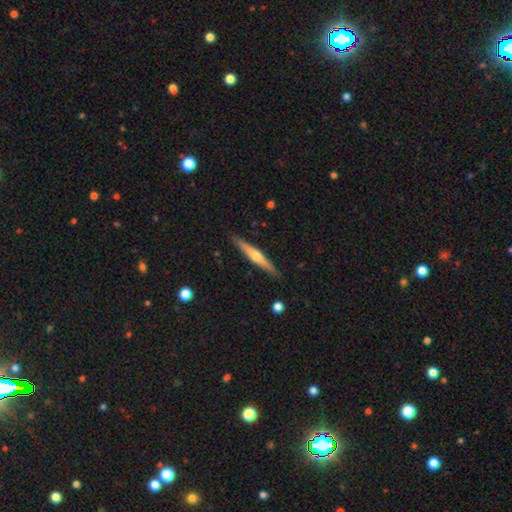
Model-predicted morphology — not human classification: A featured or disk galaxy (64%) viewed edge-on (97%) with a rounded central bulge (87%).

Vote fractions:
- Smooth or featured? featured or disk: 64% / smooth: 31% / star or artifact: 5%
- Edge-on disk? yes: 97% / no: 3%
- Edge-on bulge? rounded: 87% / none: 9% / boxy: 4%
- Merging? none: 89% / minor disturbance: 8% / major disturbance: 2% / merger: 1%